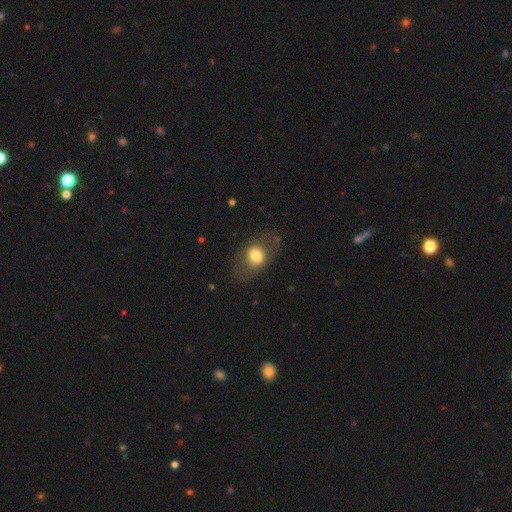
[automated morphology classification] Smooth or featured: smooth — 67% (featured or disk — 25%)
How rounded: in between — 58% (round — 41%)
Merging: none — 74% (minor disturbance — 14%)